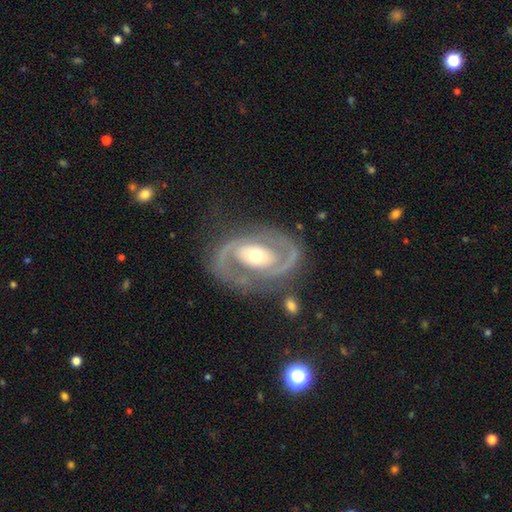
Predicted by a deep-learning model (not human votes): smooth-or-featured: featured or disk: 88% | smooth: 7% | star or artifact: 4%
  disk-edge-on: no: 97% | yes: 3%
    bar: no: 59% | weak: 26% | strong: 15%
    has-spiral-arms: yes: 91% | no: 9%
      spiral-winding: medium: 47% | tight: 37% | loose: 16%
      spiral-arm-count: 2: 88% | can't tell: 4% | 1: 4% | 3: 2% | 4: 1% | more than 4: 1%
    bulge-size: moderate: 67% | small: 21% | large: 9% | dominant: 1% | none: 1%
  merging: none: 75% | minor disturbance: 13% | major disturbance: 8% | merger: 3%